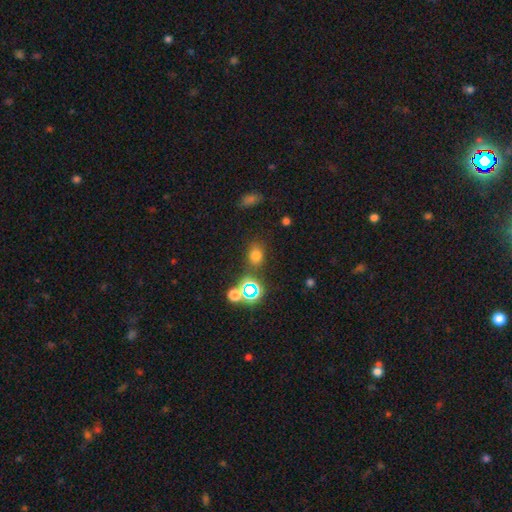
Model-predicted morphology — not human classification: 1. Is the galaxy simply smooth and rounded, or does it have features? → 67% smooth, 26% star or artifact, 7% featured or disk.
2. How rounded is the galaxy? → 52% in between, 47% round, 1% cigar-shaped.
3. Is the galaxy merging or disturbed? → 76% none, 13% minor disturbance, 6% merger, 5% major disturbance.